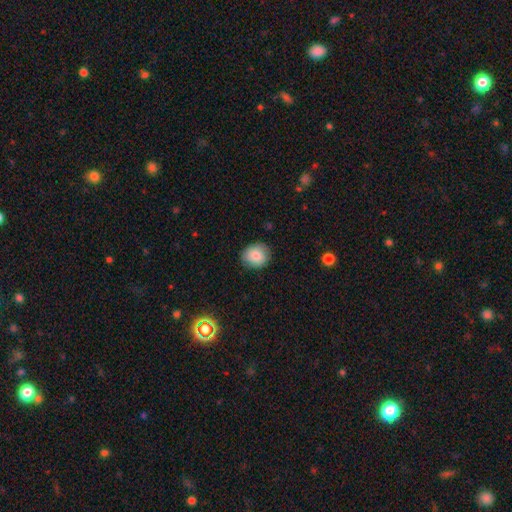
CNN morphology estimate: Smooth or featured? smooth (83%)
How rounded? round (73%)
Merging? none (84%)